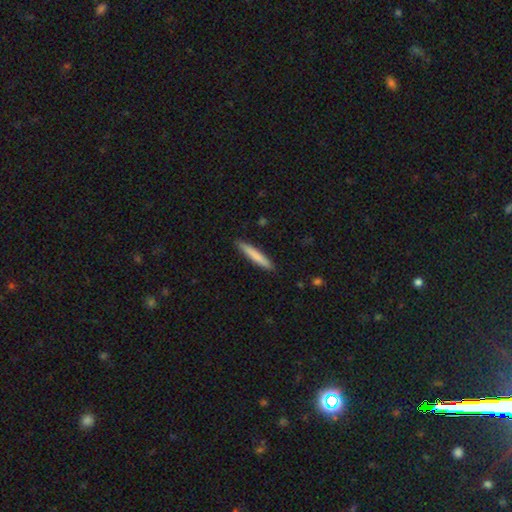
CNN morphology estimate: The model was most divided on "smooth or featured": smooth: 78%, featured or disk: 17%, star or artifact: 5%. More confident: how rounded — cigar-shaped (94%); merging — none (90%).